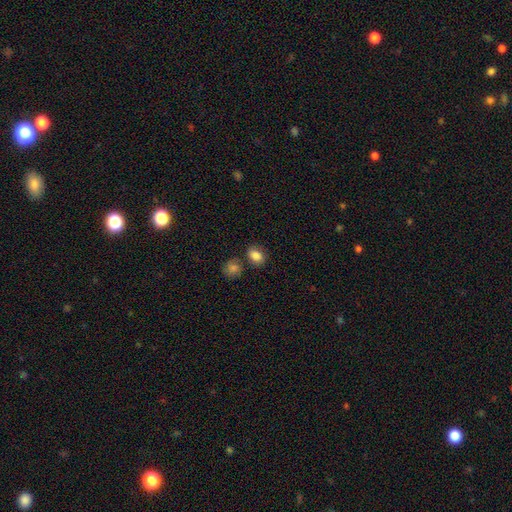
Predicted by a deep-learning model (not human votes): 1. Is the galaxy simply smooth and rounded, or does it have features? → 85% smooth, 9% star or artifact, 6% featured or disk.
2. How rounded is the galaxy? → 67% in between, 32% round, 1% cigar-shaped.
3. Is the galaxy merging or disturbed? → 70% none, 14% minor disturbance, 13% merger, 4% major disturbance.